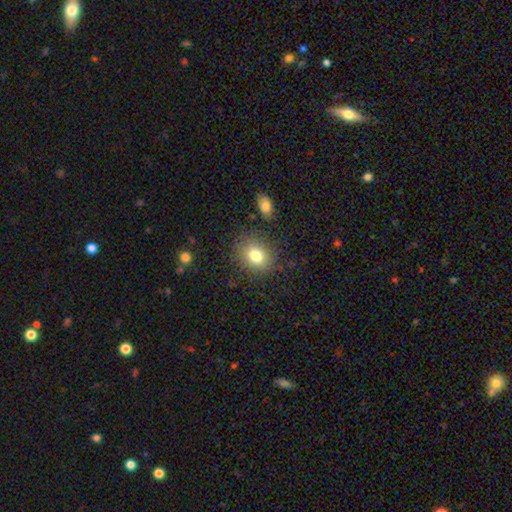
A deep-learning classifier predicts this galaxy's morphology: Smooth or featured?
  - smooth: 80% *
  - star or artifact: 11%
  - featured or disk: 9%
How rounded?
  - round: 54% *
  - in between: 45%
  - cigar-shaped: 1%
Merging?
  - none: 83% *
  - minor disturbance: 11%
  - major disturbance: 4%
  - merger: 3%